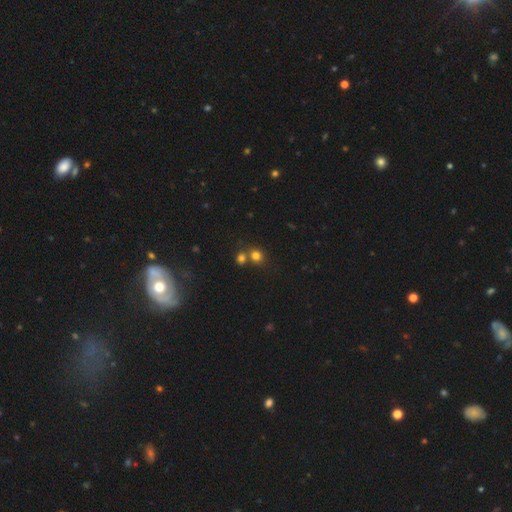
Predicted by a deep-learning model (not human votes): Overall: smooth (75%). How rounded: round (78%). Merging: none (56%; merger 33%).